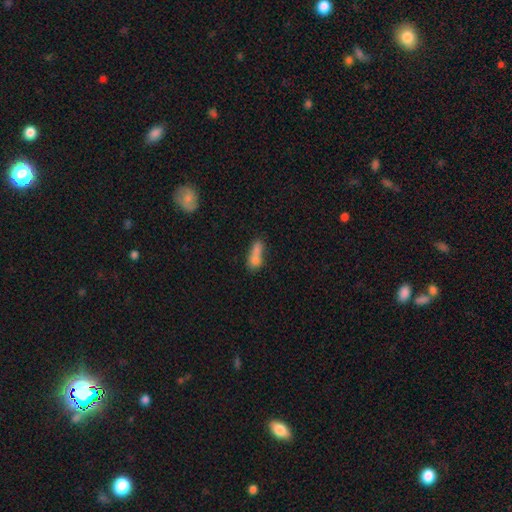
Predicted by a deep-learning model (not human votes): A smooth galaxy with no disk features (73%) that is in between round and cigar-shaped (59%). Merging: merger (50%).